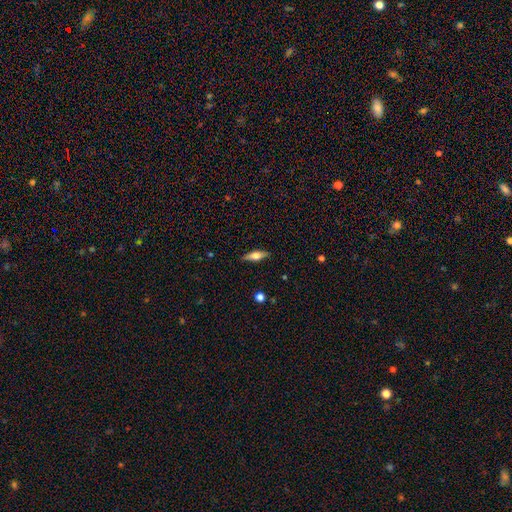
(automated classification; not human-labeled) A featured or disk galaxy (49%).

Vote fractions:
- Smooth or featured? featured or disk: 49% / smooth: 45% / star or artifact: 7%
- Merging? none: 87% / minor disturbance: 10% / major disturbance: 2% / merger: 1%